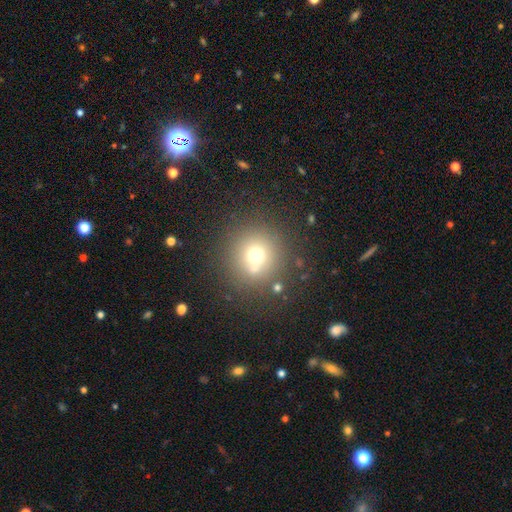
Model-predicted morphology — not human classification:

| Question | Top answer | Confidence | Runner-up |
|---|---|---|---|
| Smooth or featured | smooth | 66% | star or artifact (18%) |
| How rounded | round | 94% | in between (5%) |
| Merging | none | 72% | merger (15%) |